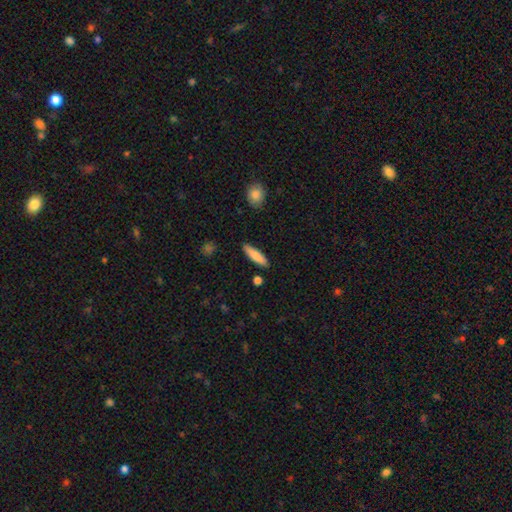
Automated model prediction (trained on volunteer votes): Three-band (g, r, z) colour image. It shows a smooth galaxy with no disk features (81%) that is cigar-shaped (69%). Merging: none (88%).